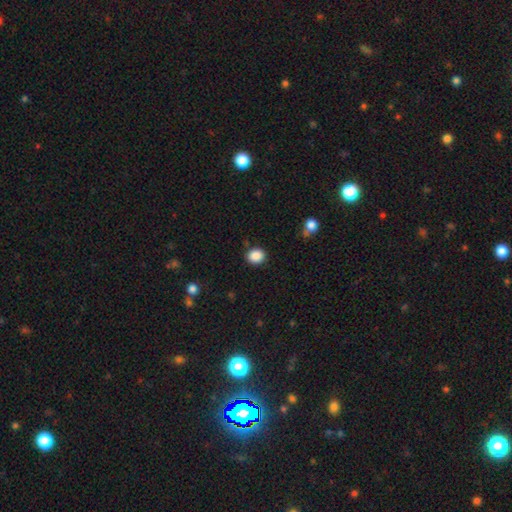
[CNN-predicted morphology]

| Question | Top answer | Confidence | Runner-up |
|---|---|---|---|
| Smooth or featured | smooth | 88% | star or artifact (9%) |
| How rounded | round | 70% | in between (29%) |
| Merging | none | 86% | minor disturbance (9%) |